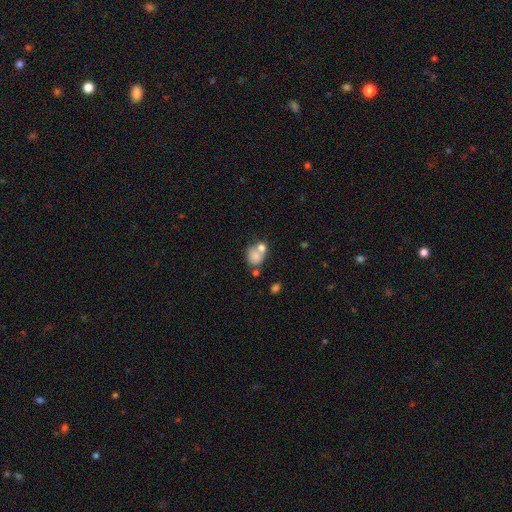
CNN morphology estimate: Smooth or featured? smooth (72%)
How rounded? in between (50%)
Merging? merger (53%)